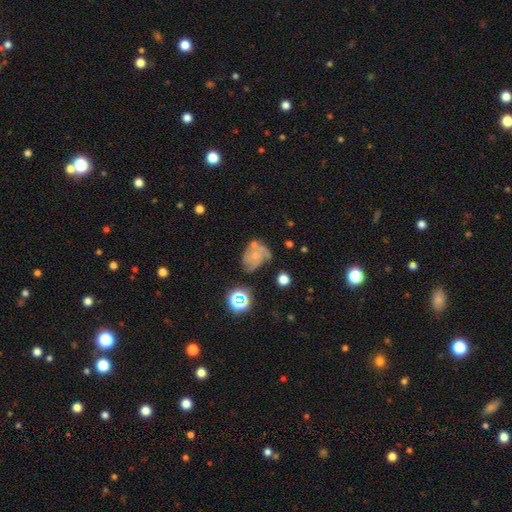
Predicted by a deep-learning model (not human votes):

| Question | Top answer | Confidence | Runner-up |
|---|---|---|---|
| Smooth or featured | featured or disk | 61% | smooth (26%) |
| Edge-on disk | no | 98% | yes (2%) |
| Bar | no | 80% | weak (17%) |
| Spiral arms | yes | 82% | no (18%) |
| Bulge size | small | 61% | none (19%) |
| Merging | none | 42% | minor disturbance (27%) |